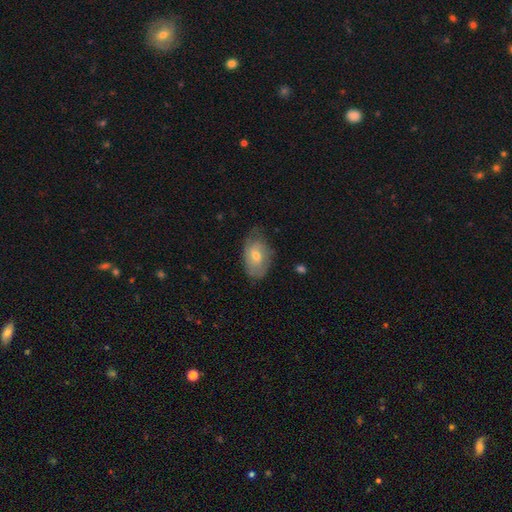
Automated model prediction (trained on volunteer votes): A smooth galaxy with no disk features (54%) that is in between round and cigar-shaped (85%). Merging: none (61%).